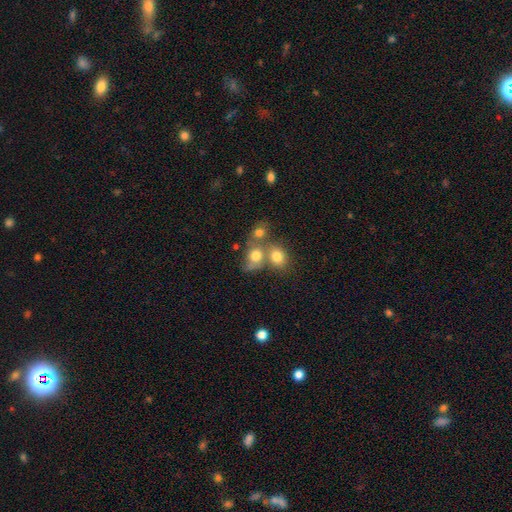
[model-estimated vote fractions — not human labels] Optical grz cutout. It shows a smooth galaxy with no disk features (73%) that is round (57%). Merging: merger (49%).